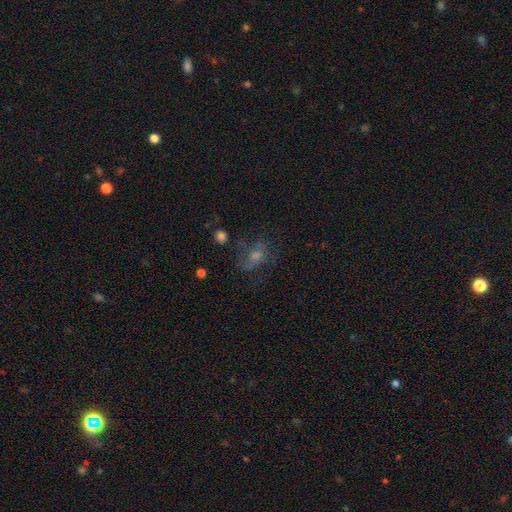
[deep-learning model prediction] The model was most divided on "smooth or featured": featured or disk: 42%, smooth: 32%, star or artifact: 26%. More confident: merging — none (58%).